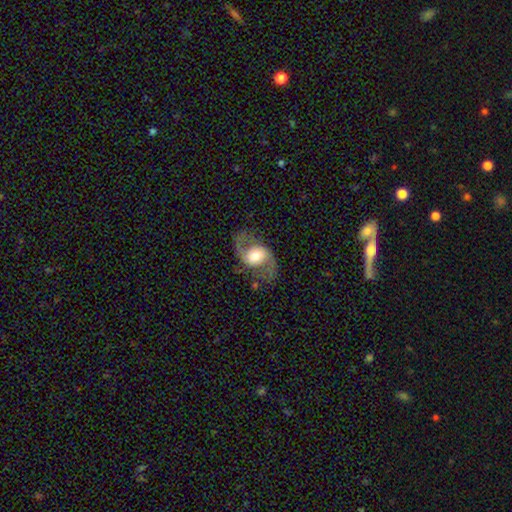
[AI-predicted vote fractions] A featured or disk galaxy (78%) with no bar (49%), 2 (92%) loose (51%) spiral arms (90%) and a moderate central bulge (50%).

Vote fractions:
- Smooth or featured? featured or disk: 78% / smooth: 16% / star or artifact: 7%
- Edge-on disk? no: 96% / yes: 4%
- Bar? no: 49% / weak: 36% / strong: 15%
- Spiral arms? yes: 90% / no: 10%
- Spiral winding? loose: 51% / medium: 41% / tight: 8%
- Spiral arm count? 2: 92% / can't tell: 3% / 1: 2% / 3: 1% / 4: 1% / more than 4: 1%
- Bulge size? moderate: 50% / large: 31% / small: 12% / dominant: 5% / none: 2%
- Merging? none: 72% / minor disturbance: 15% / major disturbance: 12% / merger: 2%